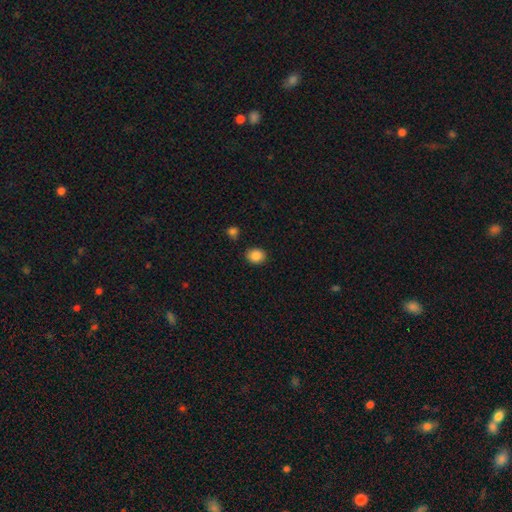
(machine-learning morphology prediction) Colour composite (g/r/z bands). It shows a smooth galaxy with no disk features (86%) that is round (58%). Merging: none (84%).